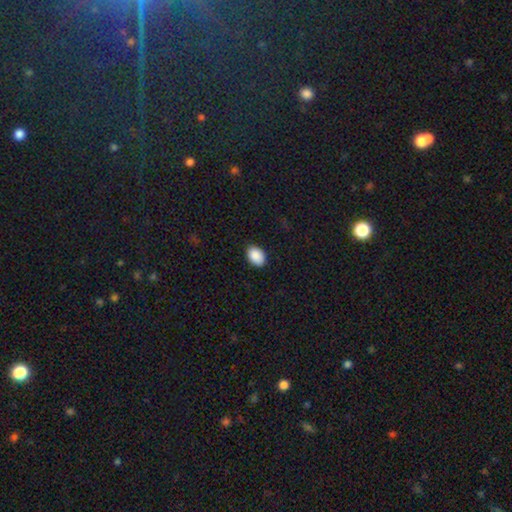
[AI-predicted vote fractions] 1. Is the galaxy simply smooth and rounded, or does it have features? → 90% smooth, 7% star or artifact, 3% featured or disk.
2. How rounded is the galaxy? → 83% in between, 16% round, 1% cigar-shaped.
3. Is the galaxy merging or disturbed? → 89% none, 9% minor disturbance, 2% major disturbance, 1% merger.